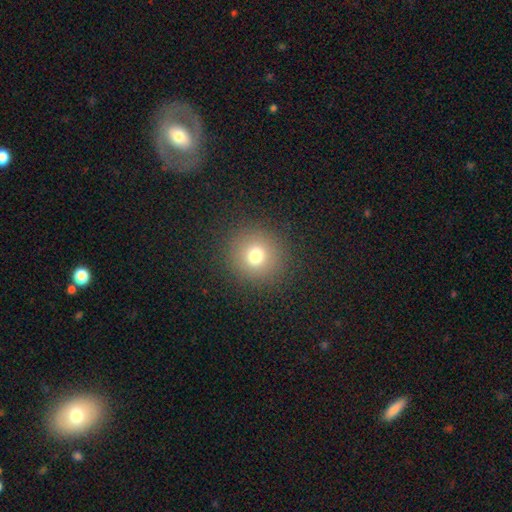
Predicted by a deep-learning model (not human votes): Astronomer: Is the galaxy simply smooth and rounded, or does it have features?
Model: smooth — 74%.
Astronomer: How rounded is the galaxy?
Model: round — 93%.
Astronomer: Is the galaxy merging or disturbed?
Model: none — 89%.